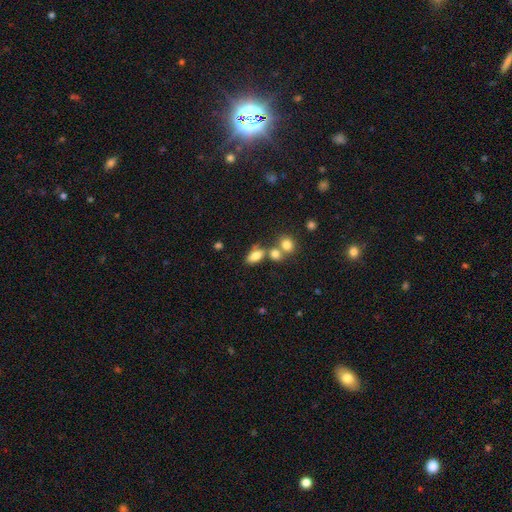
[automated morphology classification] Smooth or featured: smooth — 76% (featured or disk — 13%)
How rounded: in between — 84% (round — 10%)
Merging: none — 51% (merger — 32%)